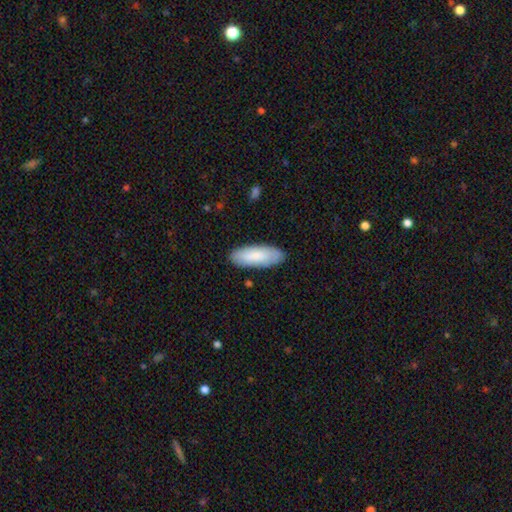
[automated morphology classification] smooth 82%, featured or disk 13%, star or artifact 5%. Down the decision tree: how rounded — in between (71%); merging — none (86%).